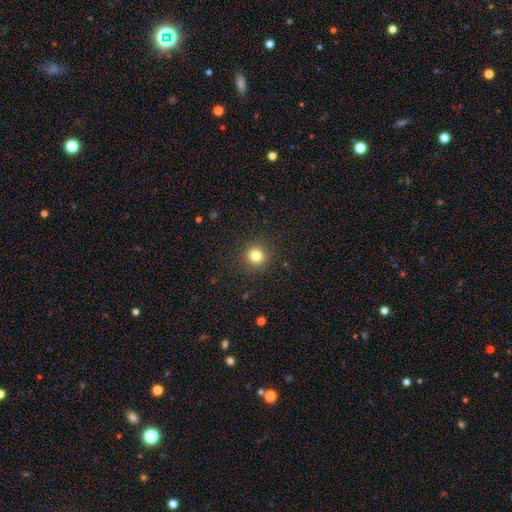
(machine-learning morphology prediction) Overall: smooth (81%). How rounded: round (89%). Merging: none (90%).